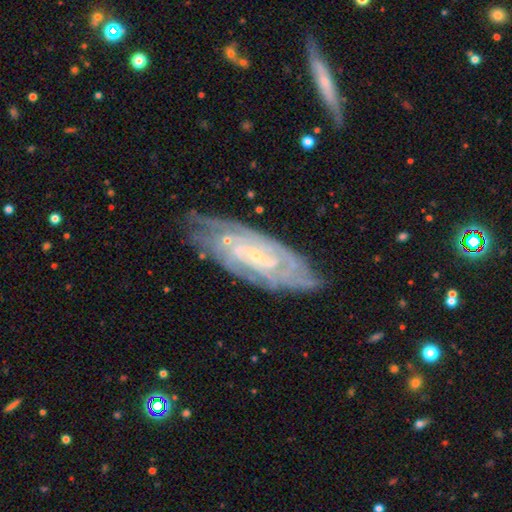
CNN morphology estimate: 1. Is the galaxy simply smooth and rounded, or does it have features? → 82% featured or disk, 11% smooth, 7% star or artifact.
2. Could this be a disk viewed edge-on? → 88% no, 12% yes.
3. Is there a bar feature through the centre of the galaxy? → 53% no, 35% weak, 12% strong.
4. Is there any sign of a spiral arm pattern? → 93% yes, 7% no.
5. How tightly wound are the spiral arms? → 72% tight, 22% medium, 5% loose.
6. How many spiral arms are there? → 45% can't tell, 17% 2, 13% 4, 13% 3, 7% more than 4, 5% 1.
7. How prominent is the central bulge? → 82% small, 12% moderate, 5% none, 1% large, 1% dominant.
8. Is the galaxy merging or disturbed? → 72% none, 20% minor disturbance, 6% major disturbance, 3% merger.